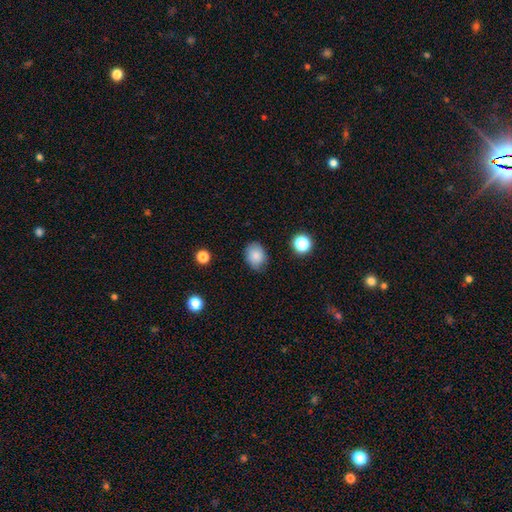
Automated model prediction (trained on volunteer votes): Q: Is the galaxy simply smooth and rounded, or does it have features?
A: smooth — 84%.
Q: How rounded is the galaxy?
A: in between — 56%.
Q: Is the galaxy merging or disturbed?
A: none — 78%.